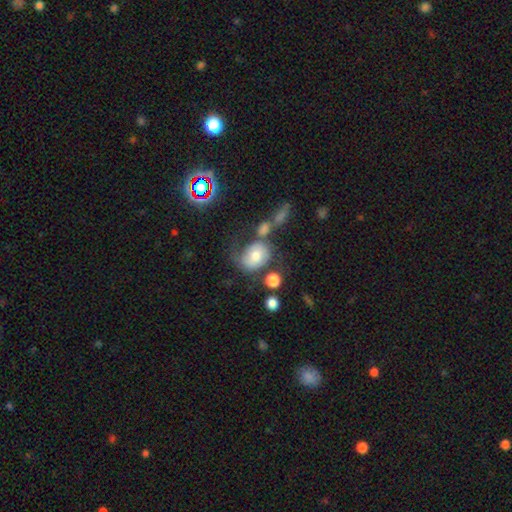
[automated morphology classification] smooth_or_featured: smooth (p=0.58) [alt: featured or disk p=0.33]
how_rounded: round (p=0.51) [alt: in between p=0.48]
merging: none (p=0.34) [alt: merger p=0.24]